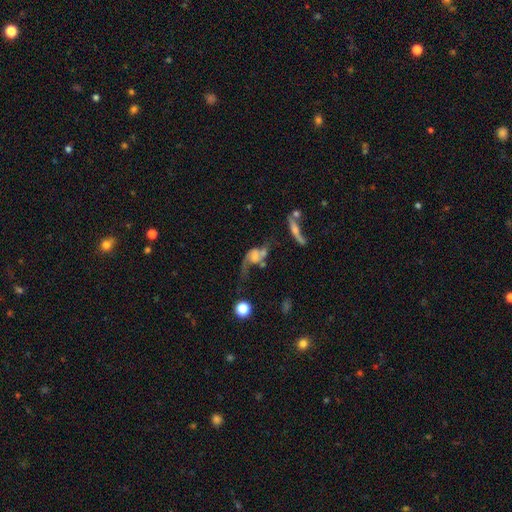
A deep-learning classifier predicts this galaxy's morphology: Overall: featured or disk (66%). Edge-on disk: no (91%). Bar: no (67%). Spiral arms: yes (80%). Bulge size: none (33%; small 29%). Merging: merger (31%, tied with major disturbance).